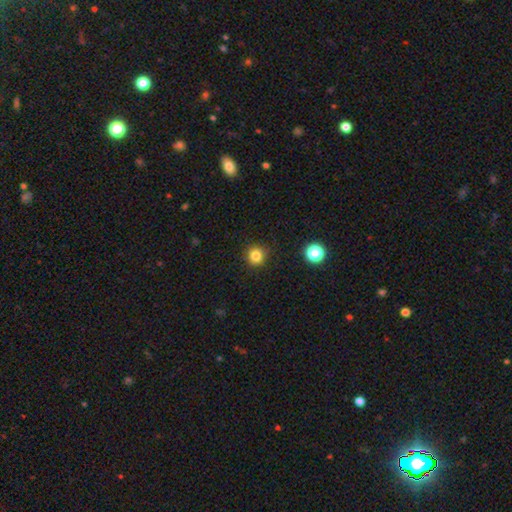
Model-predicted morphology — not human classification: Smooth or featured? Predicted: smooth (p=0.82). How rounded? Predicted: round (p=0.92). Merging? Predicted: none (p=0.89).